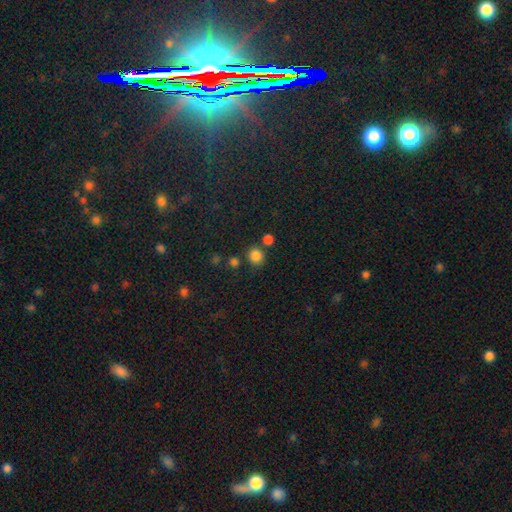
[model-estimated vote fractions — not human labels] Morphology: type=smooth (83%); roundness=round (86%); merging=none (74%).